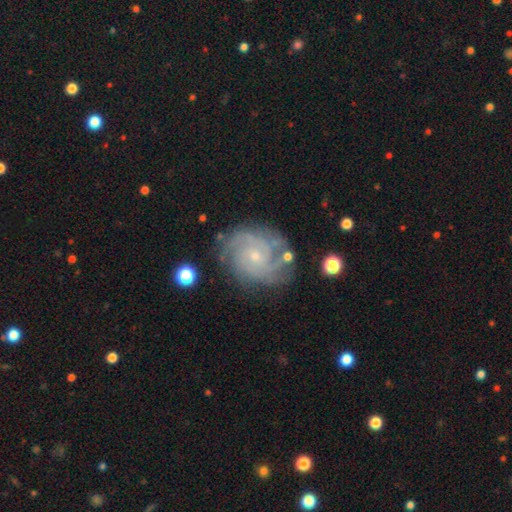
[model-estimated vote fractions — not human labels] The model was most divided on "spiral arm count": 3: 26%, can't tell: 24%, 4: 22%, 2: 15%, more than 4: 7%, 1: 6%. More confident: edge-on disk — no (98%); spiral arms — yes (97%); smooth or featured — featured or disk (85%); bulge size — small (75%); merging — none (75%); bar — no (73%); spiral winding — tight (66%).